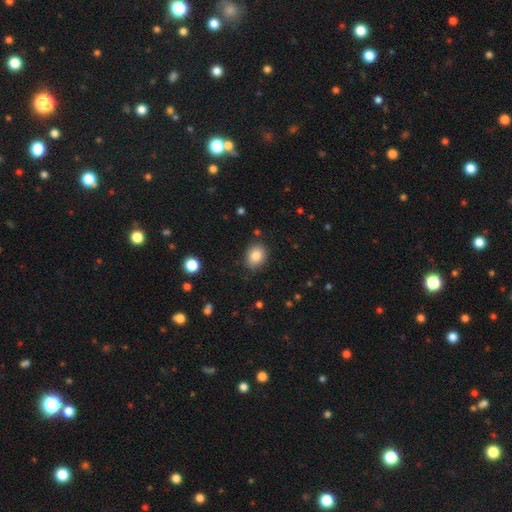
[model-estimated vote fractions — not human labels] Smooth or featured: smooth — 85% (star or artifact — 9%)
How rounded: in between — 60% (round — 39%)
Merging: none — 85% (minor disturbance — 11%)